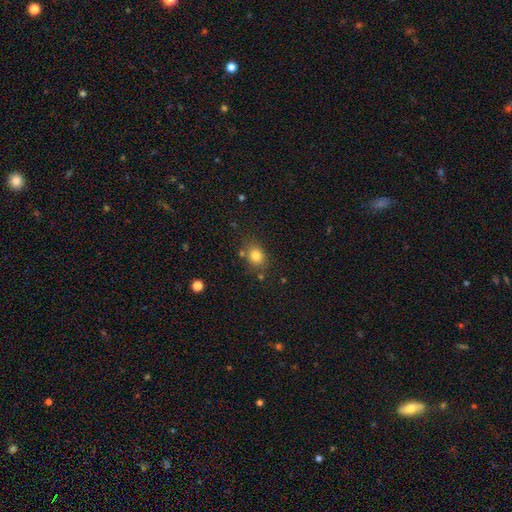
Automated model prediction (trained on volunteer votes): This is clearly a smooth galaxy (82%). How rounded: possibly round (56%). Merging: likely none (76%).